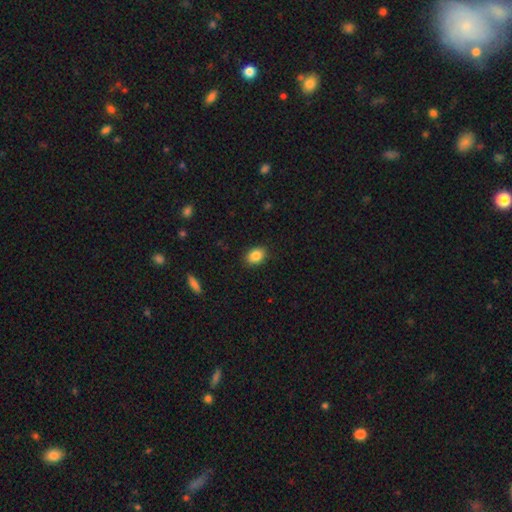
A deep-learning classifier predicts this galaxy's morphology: Smooth or featured: smooth — 86% (star or artifact — 9%)
How rounded: in between — 70% (round — 29%)
Merging: none — 89% (minor disturbance — 8%)